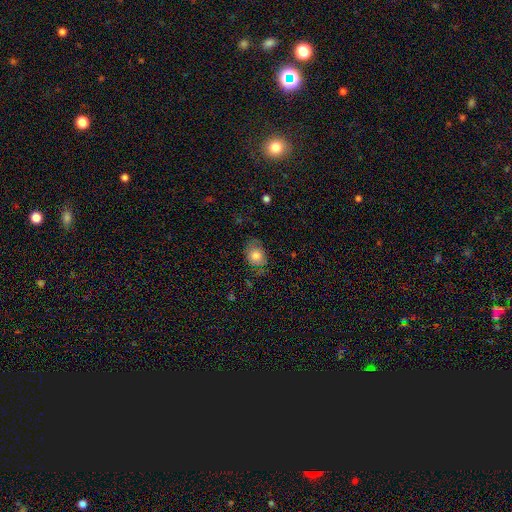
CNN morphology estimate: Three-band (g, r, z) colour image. It shows a smooth galaxy with no disk features (78%) that is in between round and cigar-shaped (63%). Merging: none (67%).